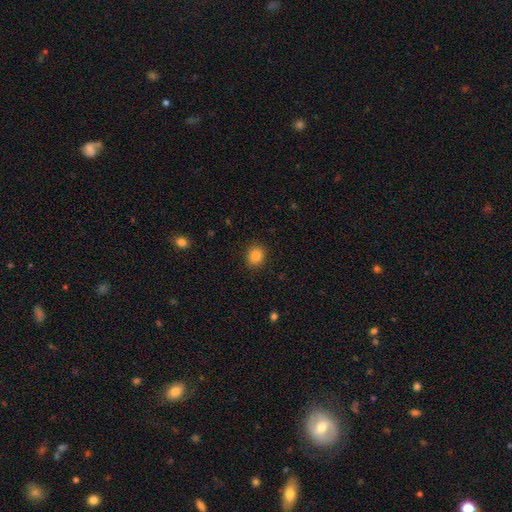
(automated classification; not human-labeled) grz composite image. It shows a smooth galaxy with no disk features (86%) that is round (66%). Merging: none (89%).